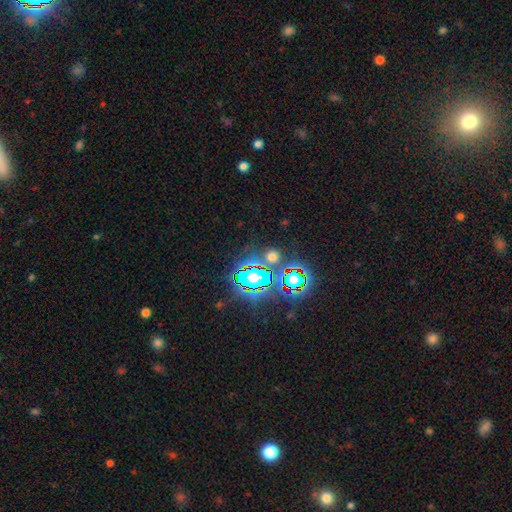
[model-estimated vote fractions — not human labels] Smooth or featured? Predicted: star or artifact (p=0.80).